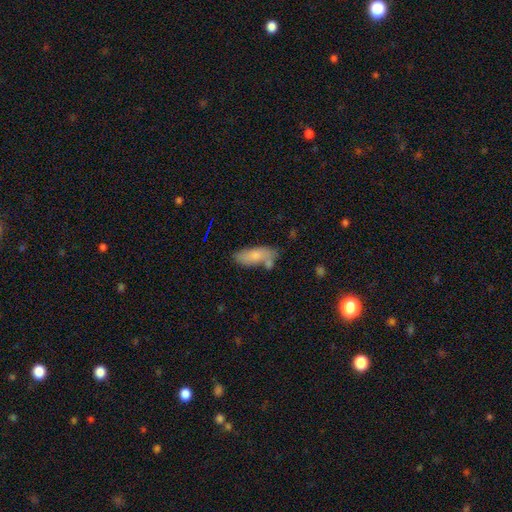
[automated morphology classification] This appears to be a smooth galaxy with no disk features (75%) that is in between round and cigar-shaped (73%). Merging: none (61%).